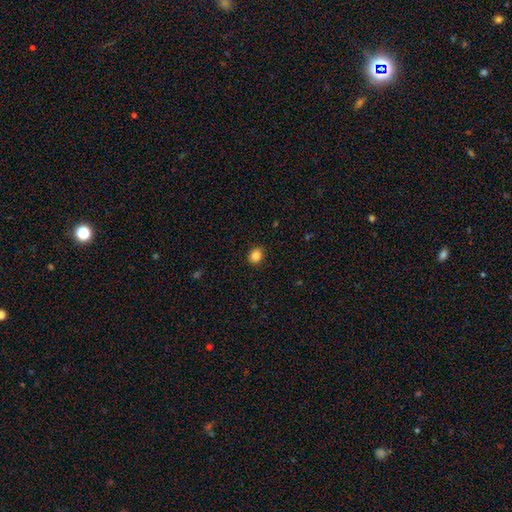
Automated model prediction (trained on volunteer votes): A smooth galaxy with no disk features (86%) that is round (58%). Merging: none (88%).